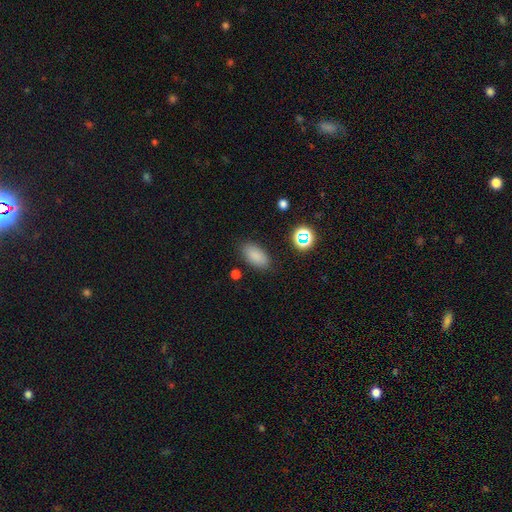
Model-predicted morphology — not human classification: Smooth or featured? smooth (84%)
How rounded? in between (91%)
Merging? none (85%)